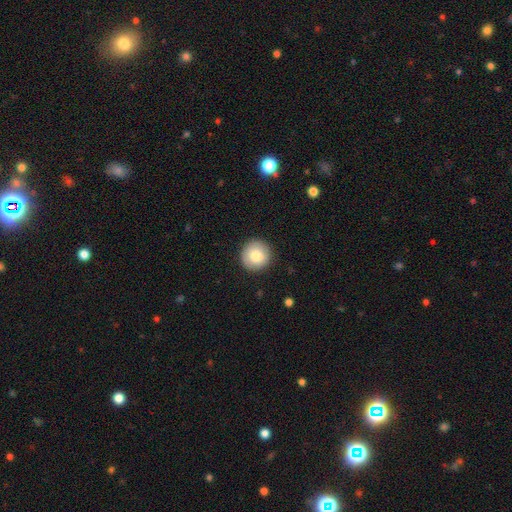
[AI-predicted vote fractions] This appears to be a smooth galaxy with no disk features (81%) that is round (95%). Merging: none (90%).